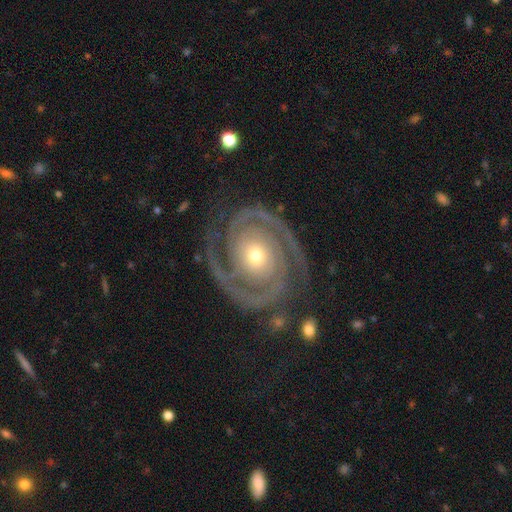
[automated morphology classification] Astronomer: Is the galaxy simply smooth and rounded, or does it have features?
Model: featured or disk — 93%.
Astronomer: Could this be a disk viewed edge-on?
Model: no — 98%.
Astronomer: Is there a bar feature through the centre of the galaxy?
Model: no — 76%.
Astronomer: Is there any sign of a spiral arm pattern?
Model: yes — 99%.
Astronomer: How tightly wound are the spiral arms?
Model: tight — 75%.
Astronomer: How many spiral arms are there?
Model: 2 — 91%.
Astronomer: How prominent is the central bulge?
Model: moderate — 54% (runner-up: small, 41%).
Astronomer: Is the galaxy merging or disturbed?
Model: none — 83%.